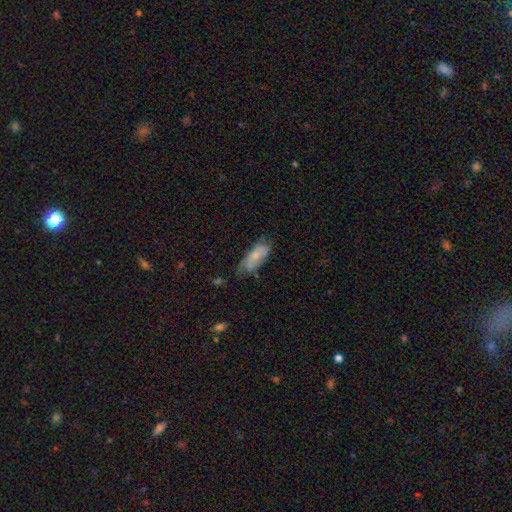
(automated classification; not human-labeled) Morphology: type=smooth (75%); roundness=in between (76%); merging=none (52%).